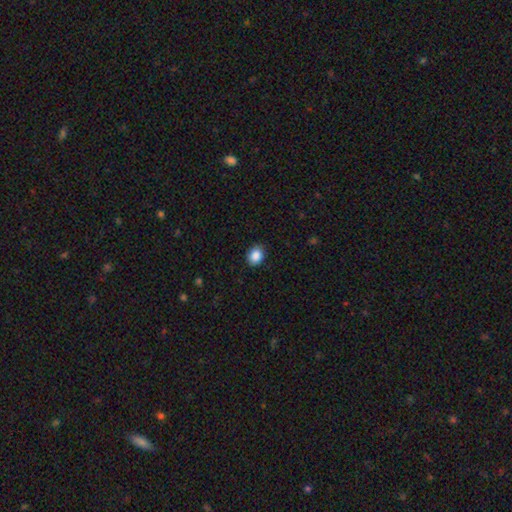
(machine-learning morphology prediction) smooth-or-featured: smooth: 88% | star or artifact: 9% | featured or disk: 3%
  how-rounded: in between: 53% | round: 46% | cigar-shaped: 1%
  merging: none: 88% | minor disturbance: 9% | major disturbance: 2% | merger: 1%